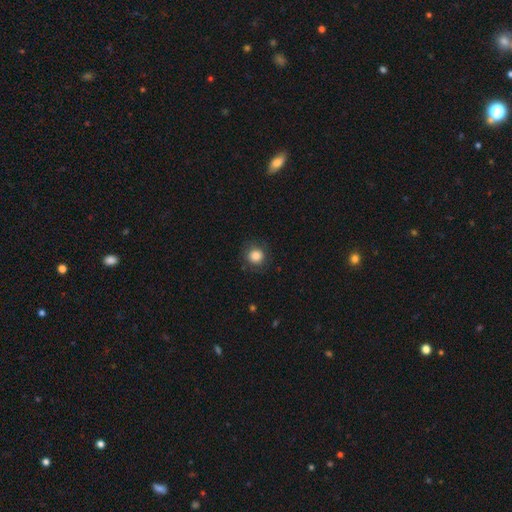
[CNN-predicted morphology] This is clearly a smooth galaxy (84%). How rounded: clearly round (91%). Merging: clearly none (84%).